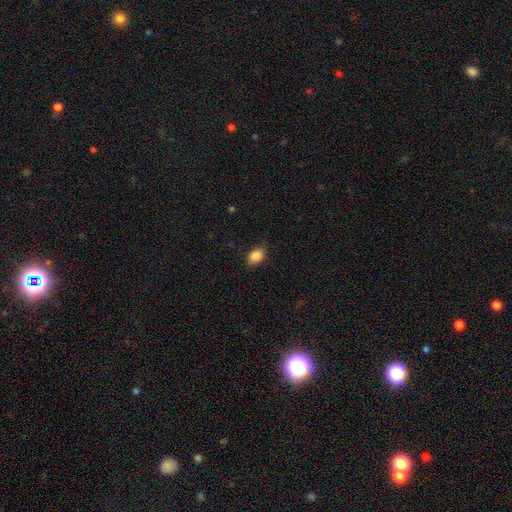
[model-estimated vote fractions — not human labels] Morphology: type=smooth (87%); roundness=in between (81%); merging=none (83%).